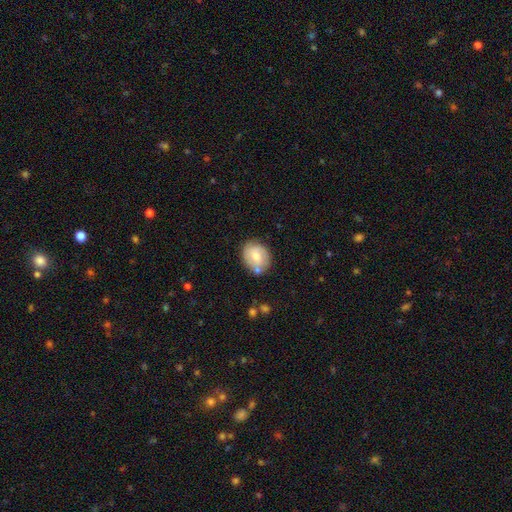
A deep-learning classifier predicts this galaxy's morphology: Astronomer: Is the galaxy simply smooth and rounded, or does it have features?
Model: smooth — 61%.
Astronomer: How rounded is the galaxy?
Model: round — 59% (runner-up: in between, 40%).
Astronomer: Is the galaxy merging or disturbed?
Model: none — 70%.